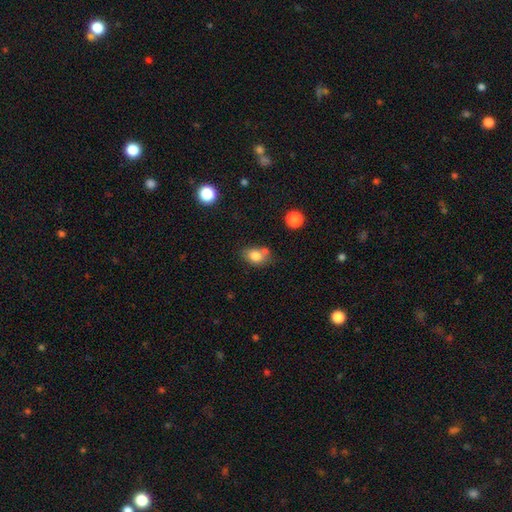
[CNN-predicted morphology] Overall: smooth (81%). How rounded: in between (68%; round 30%). Merging: none (53%; merger 25%).